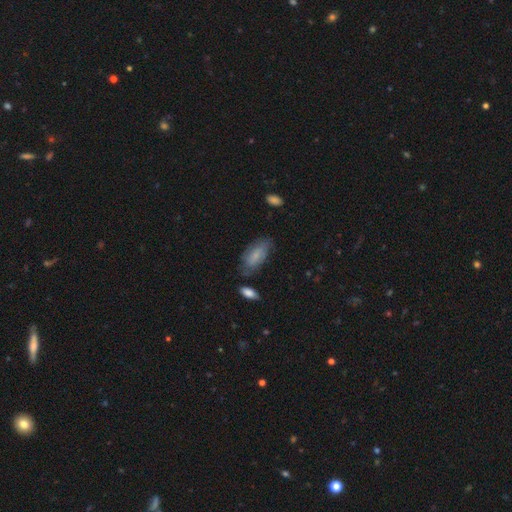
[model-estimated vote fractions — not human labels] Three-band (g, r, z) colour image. It shows a smooth galaxy with no disk features (70%) that is in between round and cigar-shaped (89%). Merging: none (66%).